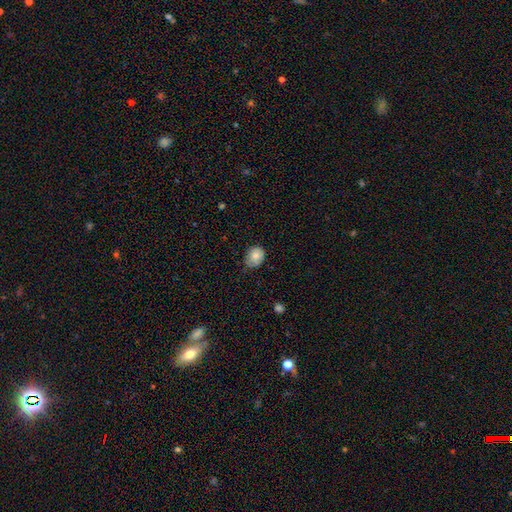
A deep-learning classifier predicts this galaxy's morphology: smooth-or-featured: smooth: 81% | featured or disk: 10% | star or artifact: 9%
  how-rounded: round: 52% | in between: 47% | cigar-shaped: 1%
  merging: none: 62% | minor disturbance: 32% | major disturbance: 5% | merger: 1%